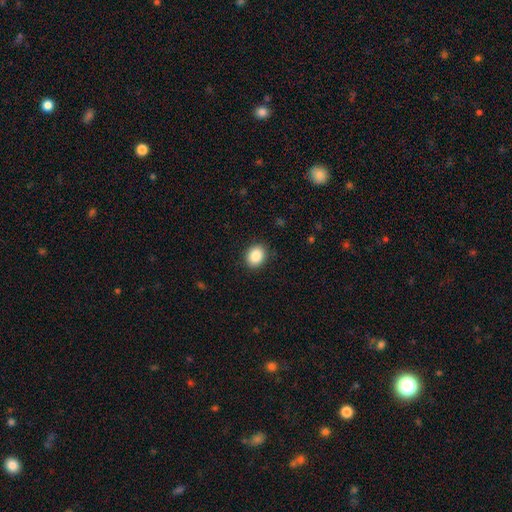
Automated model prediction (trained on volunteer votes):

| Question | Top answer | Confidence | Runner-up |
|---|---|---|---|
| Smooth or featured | smooth | 88% | star or artifact (8%) |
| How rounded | round | 53% | in between (46%) |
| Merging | none | 89% | minor disturbance (8%) |